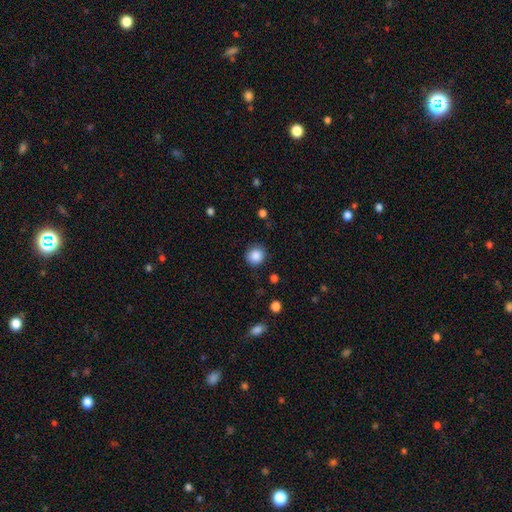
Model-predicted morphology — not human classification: smooth 87%, star or artifact 9%, featured or disk 4%. Down the decision tree: how rounded — round (89%); merging — none (87%).